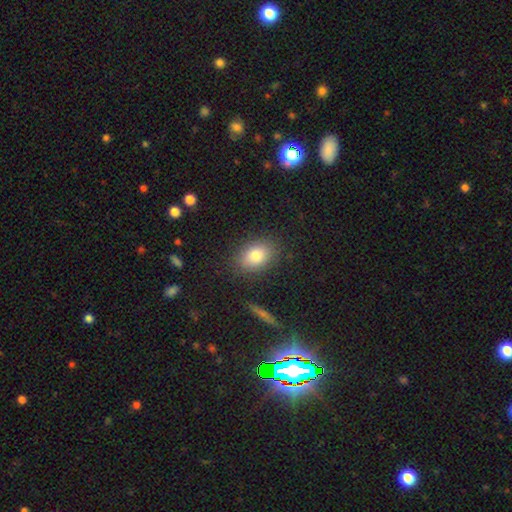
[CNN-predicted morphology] Smooth or featured? Predicted: smooth (p=0.81). How rounded? Predicted: in between (p=0.75). Merging? Predicted: none (p=0.84).